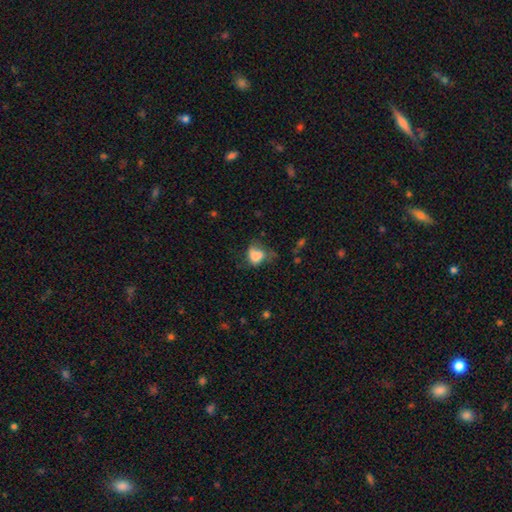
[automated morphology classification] A smooth galaxy with no disk features (74%) that is in between round and cigar-shaped (61%).

Vote fractions:
- Smooth or featured? smooth: 74% / featured or disk: 16% / star or artifact: 10%
- How rounded? in between: 61% / round: 37% / cigar-shaped: 1%
- Merging? none: 31% (tied) / major disturbance: 31% (tied) / minor disturbance: 30% / merger: 7%